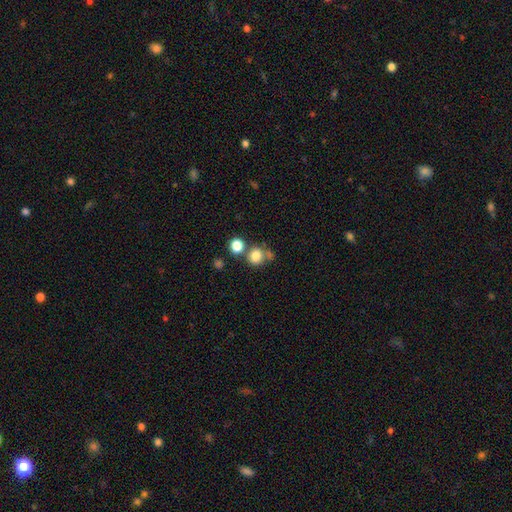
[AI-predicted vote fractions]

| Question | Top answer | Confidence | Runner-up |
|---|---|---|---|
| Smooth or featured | smooth | 80% | star or artifact (12%) |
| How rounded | round | 85% | in between (14%) |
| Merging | none | 60% | merger (24%) |